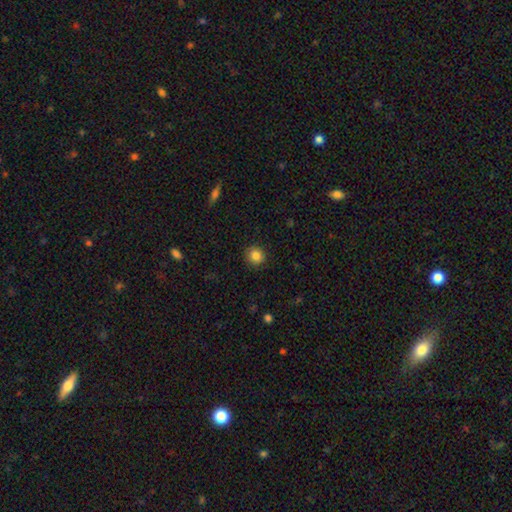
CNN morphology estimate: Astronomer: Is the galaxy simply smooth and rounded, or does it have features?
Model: smooth — 85%.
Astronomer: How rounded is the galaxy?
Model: round — 90%.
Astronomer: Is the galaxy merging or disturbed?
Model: none — 91%.